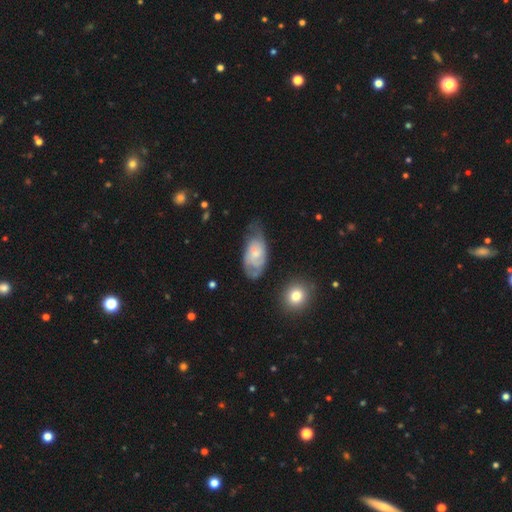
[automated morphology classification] Smooth or featured?
  - featured or disk: 62% *
  - smooth: 31%
  - star or artifact: 7%
Edge-on disk?
  - no: 94% *
  - yes: 6%
Bar?
  - no: 64% *
  - weak: 32%
  - strong: 5%
Spiral arms?
  - yes: 80% *
  - no: 20%
Bulge size?
  - small: 58% *
  - moderate: 26%
  - none: 12%
  - large: 3%
  - dominant: 1%
Merging?
  - none: 45% *
  - minor disturbance: 33%
  - major disturbance: 18%
  - merger: 4%